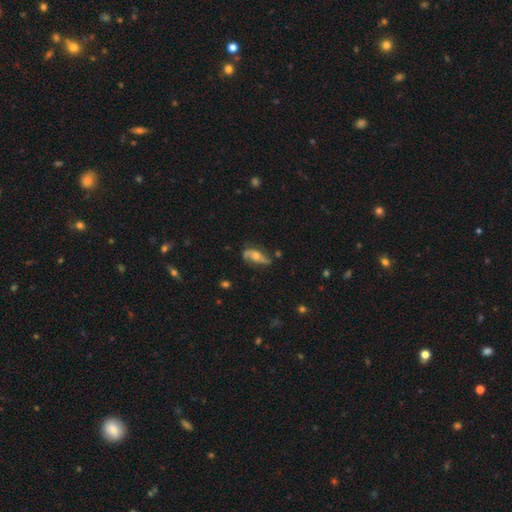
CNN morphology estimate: smooth_or_featured: featured or disk (p=0.69) [alt: smooth p=0.24]
disk_edge_on: no (p=0.86) [alt: yes p=0.14]
bar: no (p=0.65) [alt: weak p=0.24]
has_spiral_arms: yes (p=0.86) [alt: no p=0.14]
spiral_winding: loose (p=0.58) [alt: medium p=0.29]
spiral_arm_count: 2 (p=0.83) [alt: can't tell p=0.08]
bulge_size: moderate (p=0.64) [alt: small p=0.24]
merging: none (p=0.60) [alt: minor disturbance p=0.26]